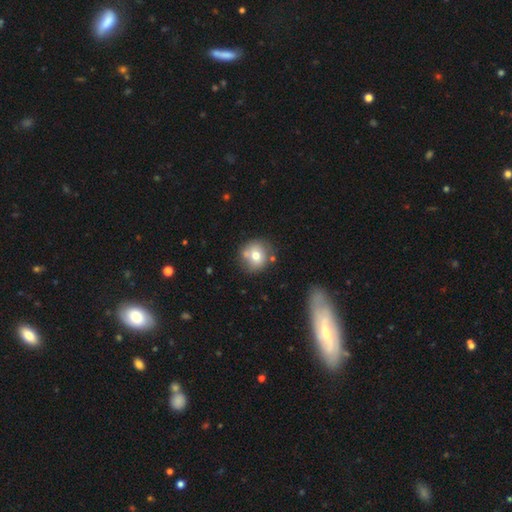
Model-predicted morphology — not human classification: A smooth galaxy with no disk features (70%) that is round (88%).

Vote fractions:
- Smooth or featured? smooth: 70% / featured or disk: 20% / star or artifact: 10%
- How rounded? round: 88% / in between: 11% / cigar-shaped: 1%
- Merging? none: 66% / minor disturbance: 15% / merger: 14% / major disturbance: 4%